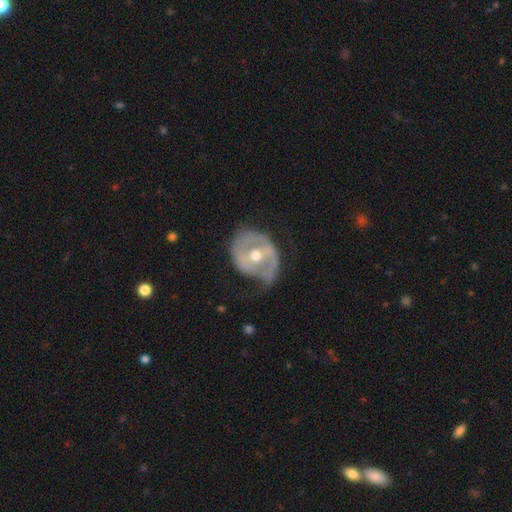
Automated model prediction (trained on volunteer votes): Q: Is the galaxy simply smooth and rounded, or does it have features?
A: featured or disk — 71%.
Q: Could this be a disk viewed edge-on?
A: no — 96%.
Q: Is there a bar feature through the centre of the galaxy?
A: no — 47%.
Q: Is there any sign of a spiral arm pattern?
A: yes — 51%.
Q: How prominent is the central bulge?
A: moderate — 78%.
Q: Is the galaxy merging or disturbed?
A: none — 43%.